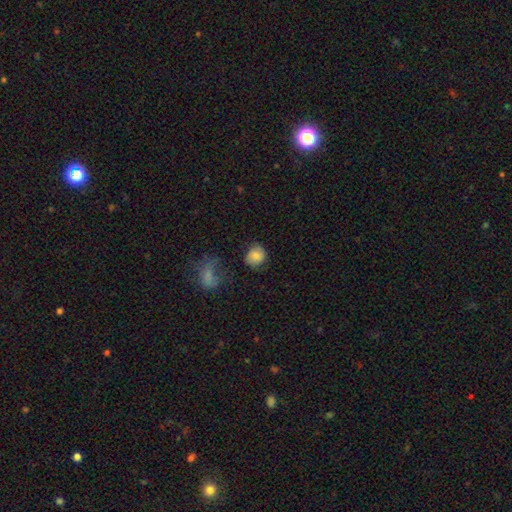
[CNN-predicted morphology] smooth_or_featured: smooth (p=0.82) [alt: star or artifact p=0.09]
how_rounded: round (p=0.79) [alt: in between p=0.19]
merging: none (p=0.71) [alt: minor disturbance p=0.18]